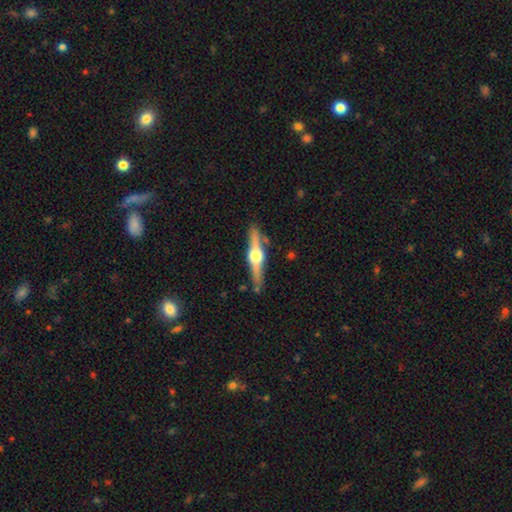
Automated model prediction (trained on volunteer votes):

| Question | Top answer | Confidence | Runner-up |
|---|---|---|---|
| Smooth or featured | featured or disk | 78% | smooth (17%) |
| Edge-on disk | yes | 98% | no (2%) |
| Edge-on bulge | rounded | 96% | boxy (3%) |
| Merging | none | 84% | minor disturbance (10%) |